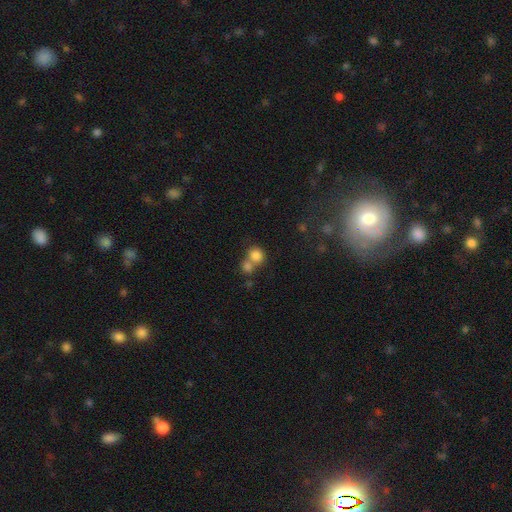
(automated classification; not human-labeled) This appears to be a smooth galaxy with no disk features (80%) that is round (80%). Merging: merger (50%).